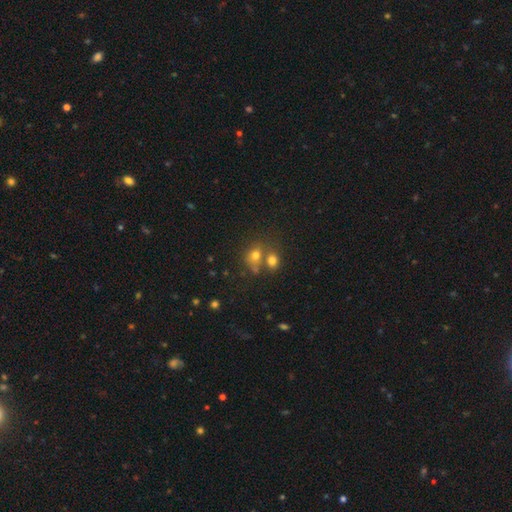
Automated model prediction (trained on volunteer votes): A smooth galaxy with no disk features (67%) that is round (62%).

Vote fractions:
- Smooth or featured? smooth: 67% / star or artifact: 20% / featured or disk: 13%
- How rounded? round: 62% / in between: 36% / cigar-shaped: 1%
- Merging? none: 44% / merger: 42% / minor disturbance: 9% / major disturbance: 4%